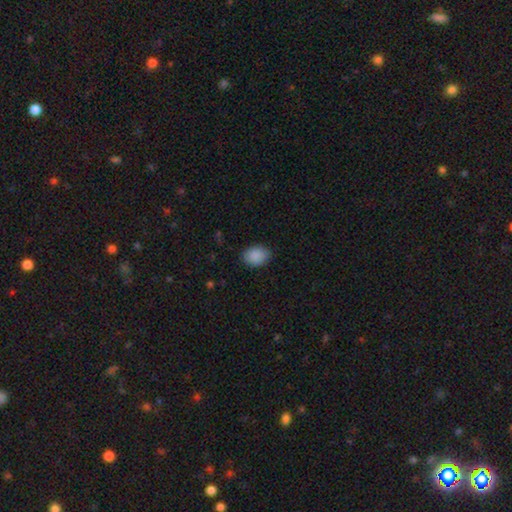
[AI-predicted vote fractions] This is clearly a smooth galaxy (89%). How rounded: likely in between (70%). Merging: clearly none (84%).